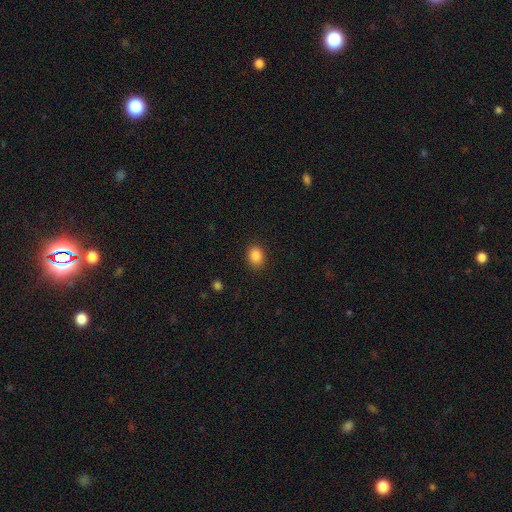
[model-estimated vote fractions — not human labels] This is clearly a smooth galaxy (87%). How rounded: possibly in between (52%). Merging: clearly none (88%).